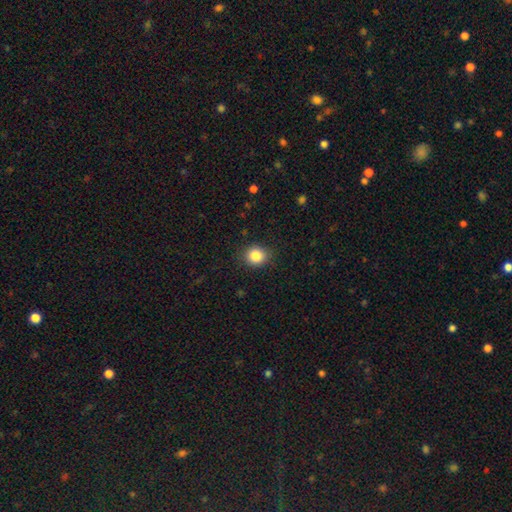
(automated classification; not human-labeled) smooth-or-featured: smooth: 86% | star or artifact: 10% | featured or disk: 4%
  how-rounded: round: 80% | in between: 19% | cigar-shaped: 1%
  merging: none: 88% | minor disturbance: 9% | major disturbance: 3% | merger: 1%